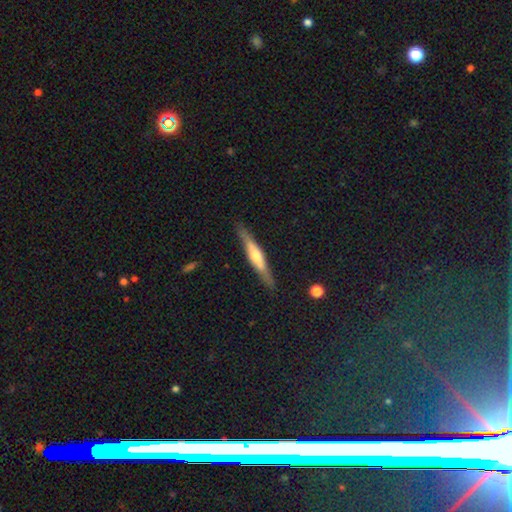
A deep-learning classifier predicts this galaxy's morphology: This appears to be a featured or disk galaxy (64%) viewed edge-on (95%) with a rounded central bulge (83%). Merging: none (88%).